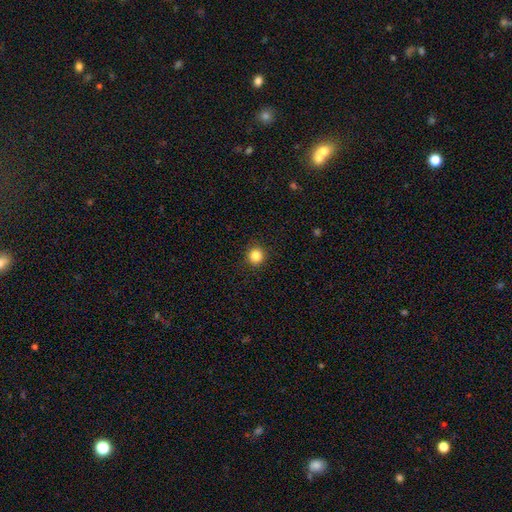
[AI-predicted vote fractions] Morphology: type=smooth (84%); roundness=round (94%); merging=none (92%).